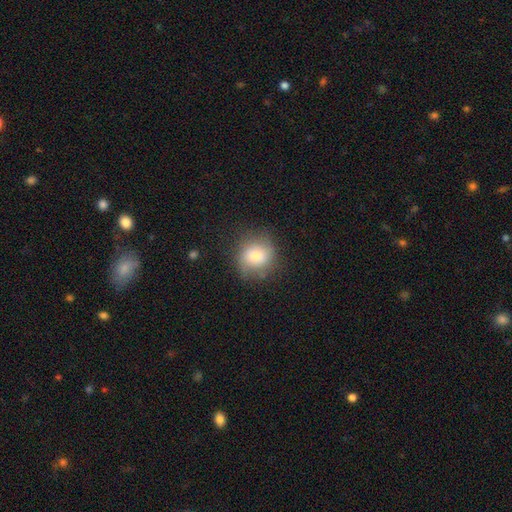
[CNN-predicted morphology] Overall: smooth (74%). How rounded: round (82%). Merging: none (74%).